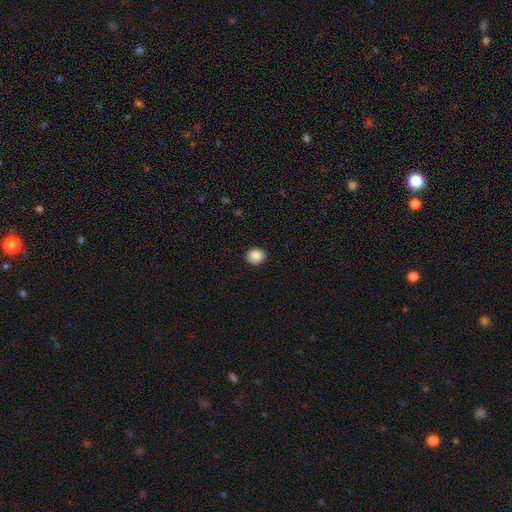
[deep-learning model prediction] smooth_or_featured: smooth (p=0.89) [alt: star or artifact p=0.08]
how_rounded: round (p=0.63) [alt: in between p=0.36]
merging: none (p=0.89) [alt: minor disturbance p=0.08]